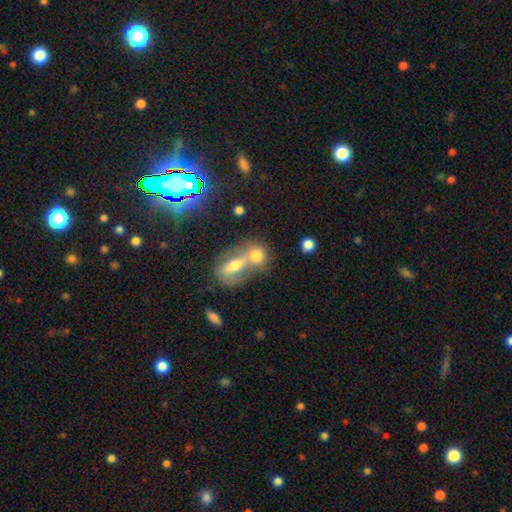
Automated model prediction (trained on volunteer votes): Overall: smooth (69%). How rounded: round (53%; in between 43%). Merging: merger (61%; none 27%).